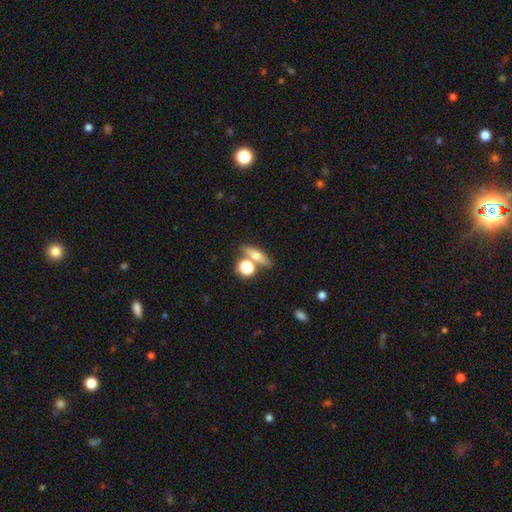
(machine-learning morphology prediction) The model was most divided on "how rounded": cigar-shaped: 44%, in between: 35%, round: 21%. More confident: merging — none (65%); smooth or featured — smooth (59%).